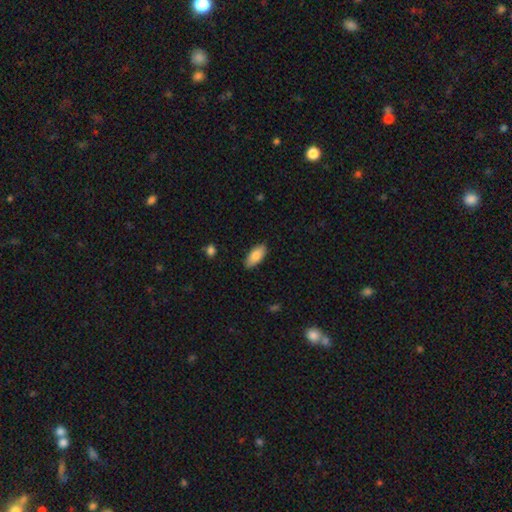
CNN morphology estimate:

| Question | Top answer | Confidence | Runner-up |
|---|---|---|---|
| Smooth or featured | smooth | 84% | featured or disk (10%) |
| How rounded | in between | 90% | cigar-shaped (8%) |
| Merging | none | 86% | minor disturbance (10%) |